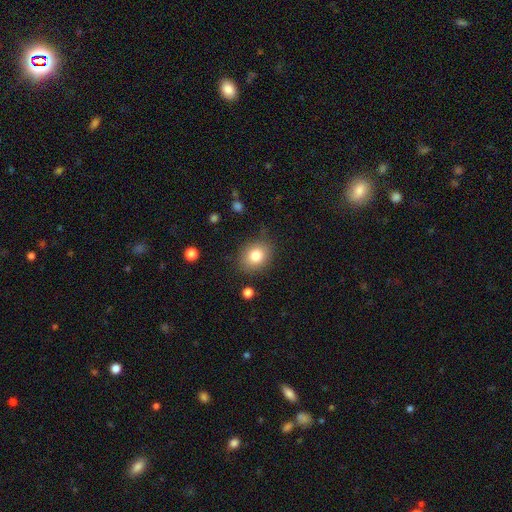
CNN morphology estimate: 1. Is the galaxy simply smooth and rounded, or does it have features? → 81% smooth, 10% star or artifact, 9% featured or disk.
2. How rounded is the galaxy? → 57% round, 42% in between, 1% cigar-shaped.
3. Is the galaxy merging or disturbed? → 82% none, 12% minor disturbance, 4% major disturbance, 2% merger.